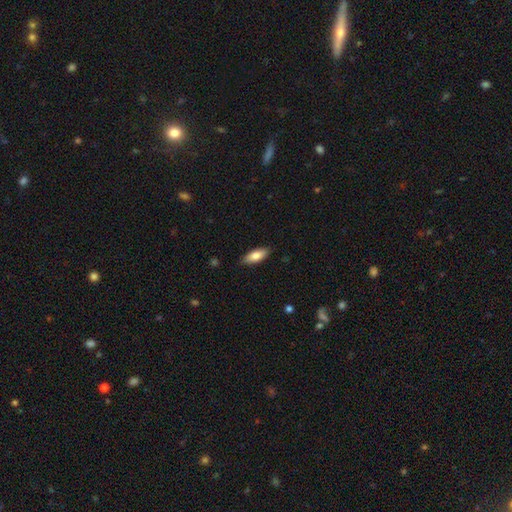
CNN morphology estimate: Smooth or featured: smooth — 81% (featured or disk — 13%)
How rounded: in between — 74% (cigar-shaped — 24%)
Merging: none — 86% (minor disturbance — 11%)